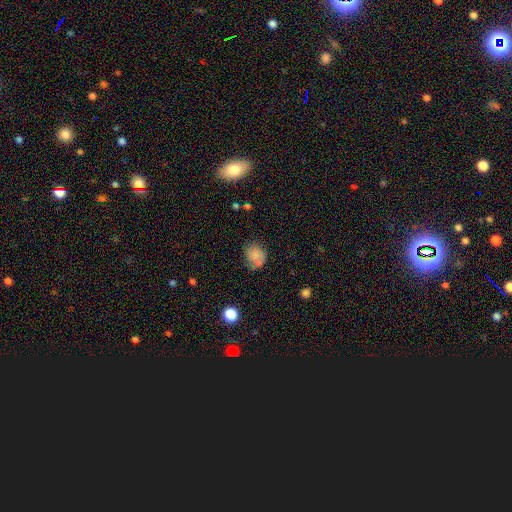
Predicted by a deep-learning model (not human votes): Q: Smooth or featured?
A: smooth (74%); runner-up: featured or disk (15%)
Q: How rounded?
A: round (63%); runner-up: in between (36%)
Q: Merging?
A: none (51%); runner-up: minor disturbance (27%)